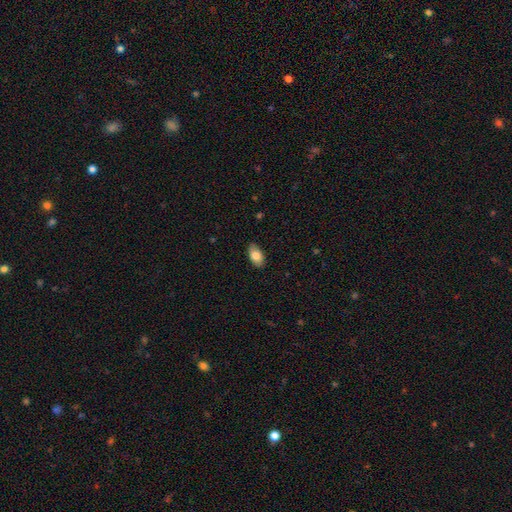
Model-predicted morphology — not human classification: Smooth or featured? Predicted: smooth (p=0.81). How rounded? Predicted: in between (p=0.92). Merging? Predicted: none (p=0.84).